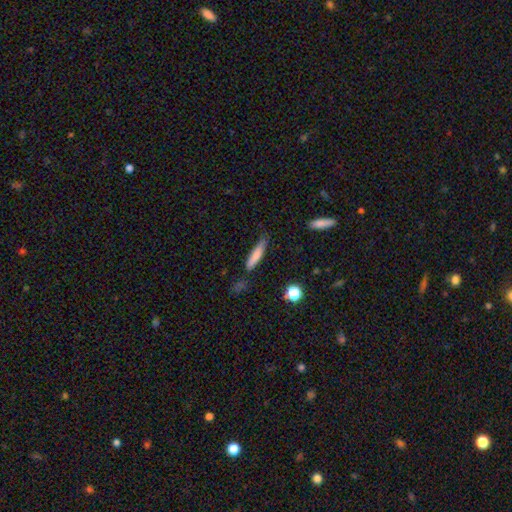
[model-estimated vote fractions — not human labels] Smooth or featured? smooth (76%)
How rounded? cigar-shaped (84%)
Merging? none (72%)